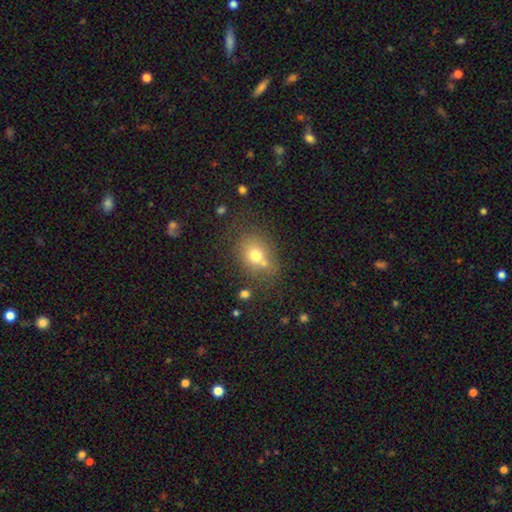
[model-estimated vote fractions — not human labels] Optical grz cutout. It shows a smooth galaxy with no disk features (71%) that is in between round and cigar-shaped (51%). Merging: none (54%).